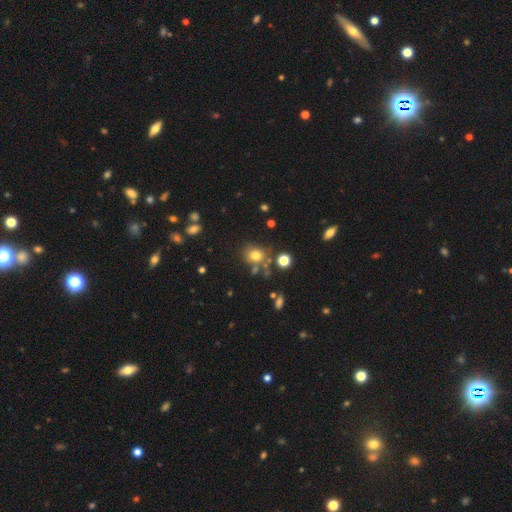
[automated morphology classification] Overall: smooth (74%). How rounded: round (74%). Merging: none (67%).